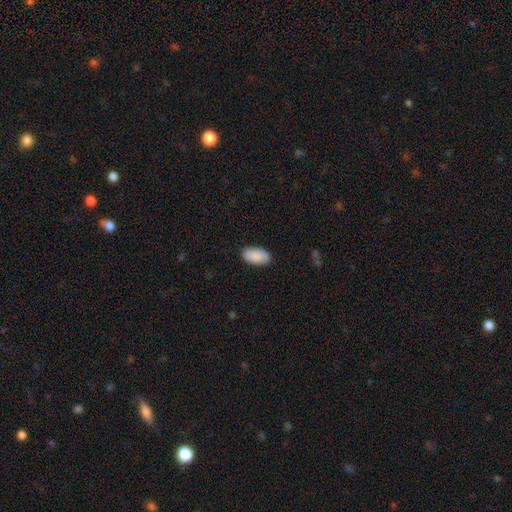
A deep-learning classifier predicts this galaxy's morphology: The model was most divided on "merging": none: 86%, minor disturbance: 11%, major disturbance: 2%, merger: 1%. More confident: how rounded — in between (95%); smooth or featured — smooth (90%).